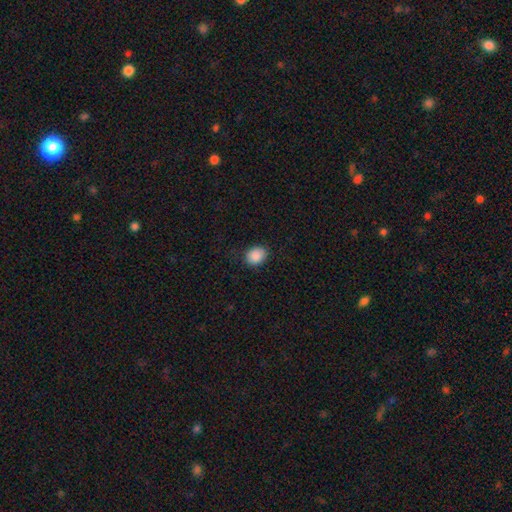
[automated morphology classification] Smooth or featured? smooth (88%)
How rounded? round (50%)
Merging? none (83%)